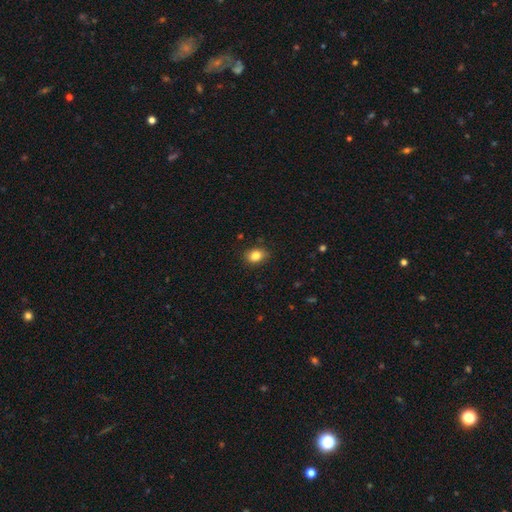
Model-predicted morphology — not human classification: type=smooth (85%); roundness=in between (64%); merging=none (85%).